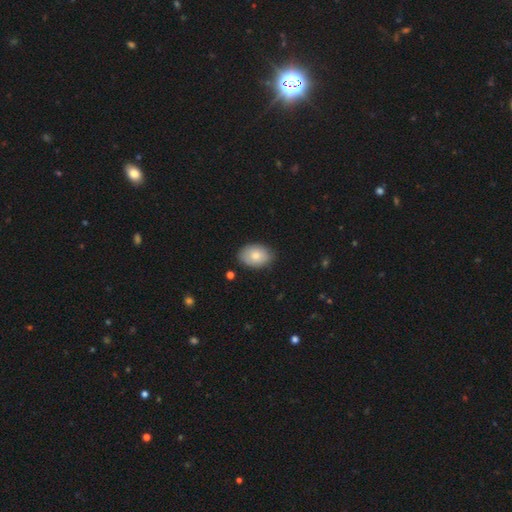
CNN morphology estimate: Q: Smooth or featured?
A: smooth (76%); runner-up: featured or disk (18%)
Q: How rounded?
A: in between (82%); runner-up: round (17%)
Q: Merging?
A: none (82%); runner-up: minor disturbance (14%)